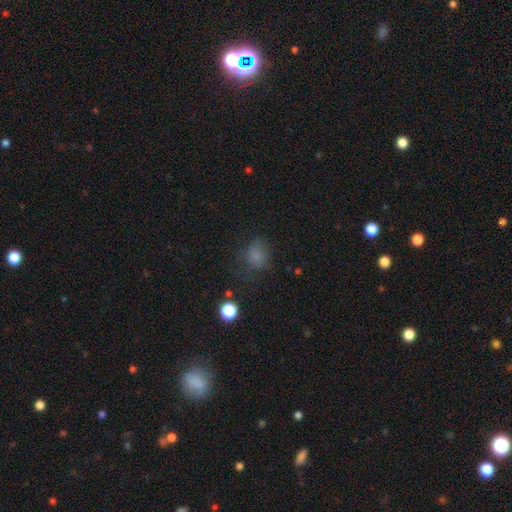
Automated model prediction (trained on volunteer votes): Q: Smooth or featured?
A: smooth (75%); runner-up: star or artifact (18%)
Q: How rounded?
A: round (57%); runner-up: in between (42%)
Q: Merging?
A: none (60%); runner-up: minor disturbance (24%)